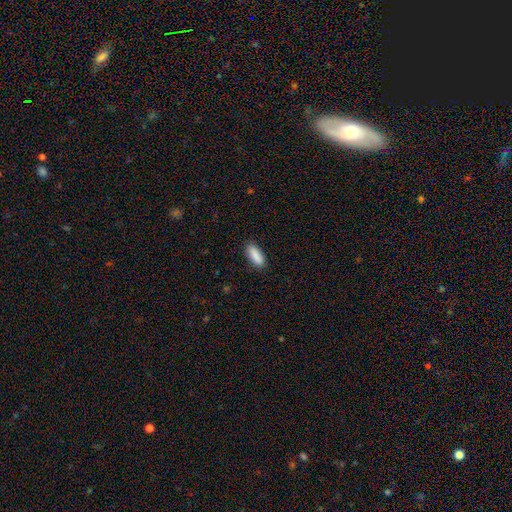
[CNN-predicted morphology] A smooth galaxy with no disk features (89%) that is in between round and cigar-shaped (70%).

Vote fractions:
- Smooth or featured? smooth: 89% / star or artifact: 6% / featured or disk: 4%
- How rounded? in between: 70% / cigar-shaped: 28% / round: 2%
- Merging? none: 87% / minor disturbance: 10% / major disturbance: 2% / merger: 1%